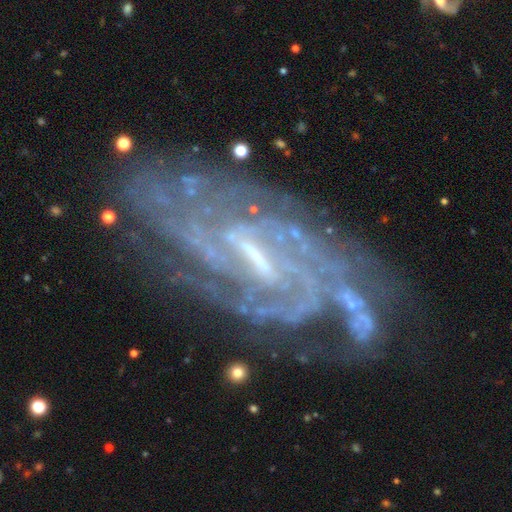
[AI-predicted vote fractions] Smooth or featured? Predicted: featured or disk (p=0.86). Edge-on disk? Predicted: no (p=0.94). Bar? Predicted: weak (p=0.46). Spiral arms? Predicted: yes (p=0.98). Spiral winding? Predicted: tight (p=0.69). Spiral arm count? Predicted: can't tell (p=0.24). Bulge size? Predicted: small (p=0.66). Merging? Predicted: none (p=0.77).